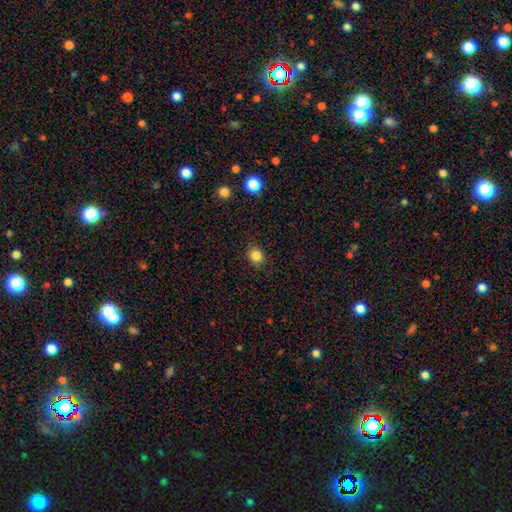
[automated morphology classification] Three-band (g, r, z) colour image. It shows a smooth galaxy with no disk features (84%) that is round (81%). Merging: none (88%).